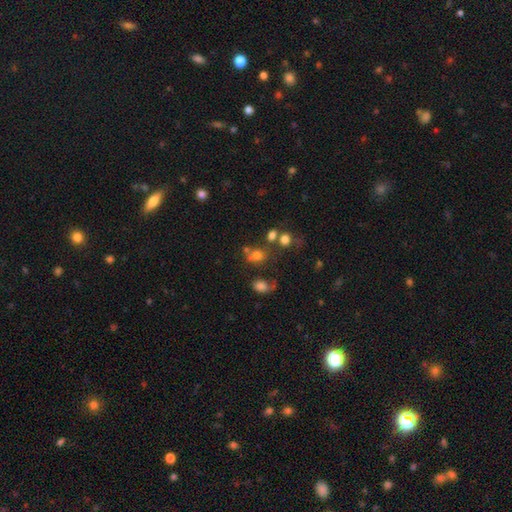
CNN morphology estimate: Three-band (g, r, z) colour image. It shows a smooth galaxy with no disk features (69%) that is round (61%). Merging: none (50%).